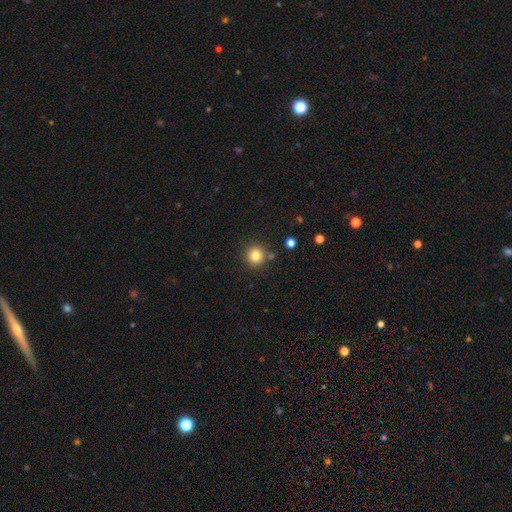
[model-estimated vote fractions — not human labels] Morphology: type=smooth (82%); roundness=round (93%); merging=none (82%).